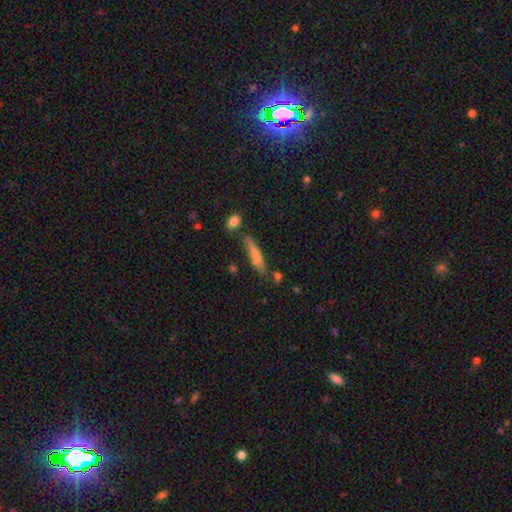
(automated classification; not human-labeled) Smooth or featured? Predicted: smooth (p=0.66). How rounded? Predicted: cigar-shaped (p=0.83). Merging? Predicted: none (p=0.64).